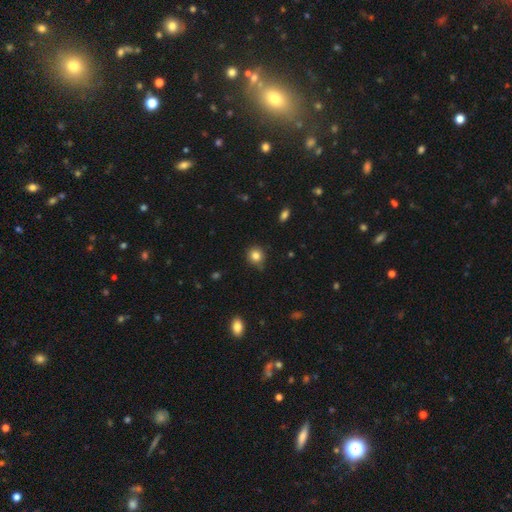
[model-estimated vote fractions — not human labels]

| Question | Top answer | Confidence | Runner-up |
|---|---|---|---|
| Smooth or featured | smooth | 83% | star or artifact (11%) |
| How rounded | round | 88% | in between (11%) |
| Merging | none | 79% | minor disturbance (17%) |